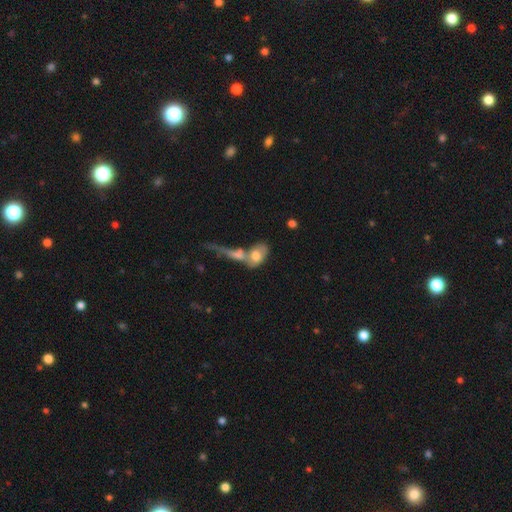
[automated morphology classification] The model was most divided on "merging": merger: 57%, none: 22%, major disturbance: 11%, minor disturbance: 10%. More confident: how rounded — in between (83%); smooth or featured — smooth (65%).